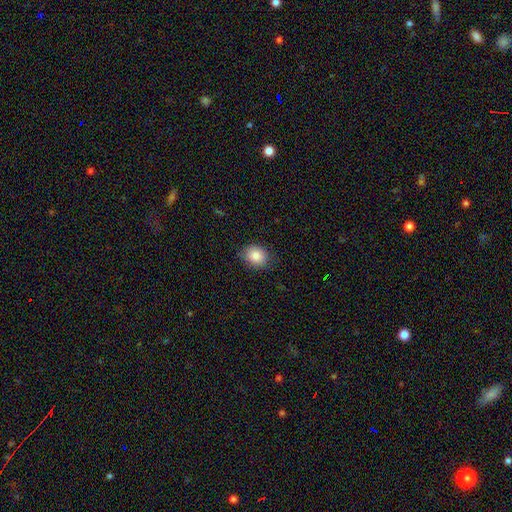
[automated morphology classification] A smooth galaxy with no disk features (84%) that is round (55%). Merging: none (82%).